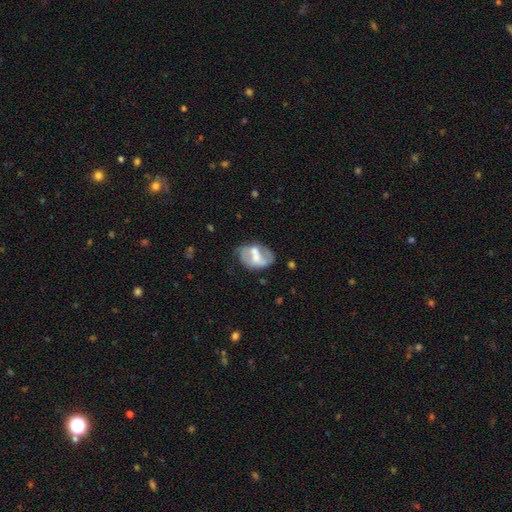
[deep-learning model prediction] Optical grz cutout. It shows a featured or disk galaxy (58%) with a weak bar (36%), no spiral arms (56%) and a moderate central bulge (39%). Merging: none (45%).